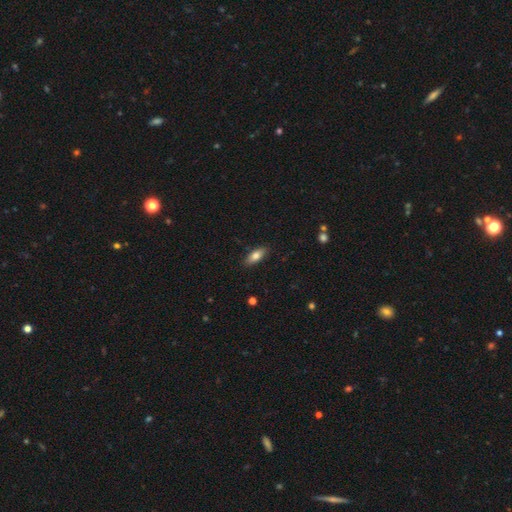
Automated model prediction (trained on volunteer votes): This appears to be a smooth galaxy with no disk features (77%) that is in between round and cigar-shaped (79%). Merging: none (87%).